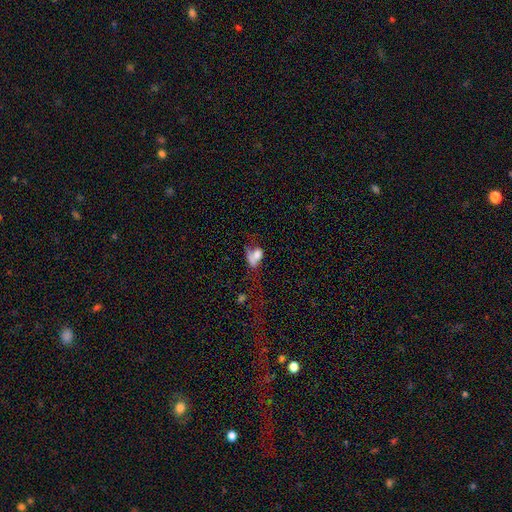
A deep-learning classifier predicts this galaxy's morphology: A smooth galaxy with no disk features (63%) that is in between round and cigar-shaped (77%).

Vote fractions:
- Smooth or featured? smooth: 63% / featured or disk: 24% / star or artifact: 13%
- How rounded? in between: 77% / round: 20% / cigar-shaped: 3%
- Merging? major disturbance: 36% / merger: 26% / none: 21% / minor disturbance: 18%